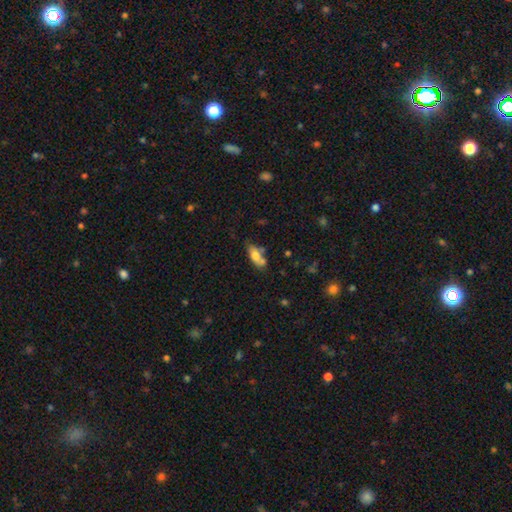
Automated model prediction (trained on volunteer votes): Smooth or featured? Predicted: smooth (p=0.72). How rounded? Predicted: in between (p=0.79). Merging? Predicted: none (p=0.50).